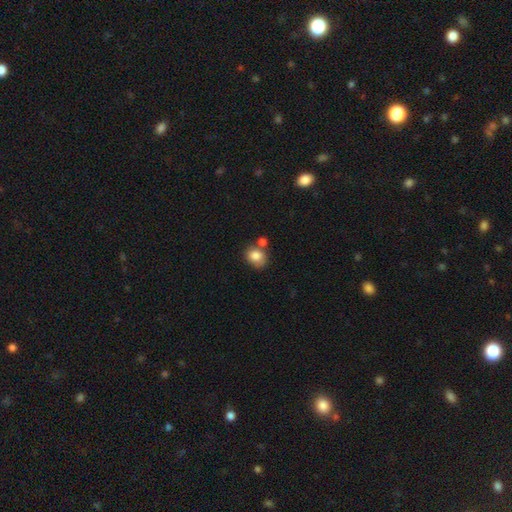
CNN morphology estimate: smooth 84%, star or artifact 8%, featured or disk 8%. Down the decision tree: how rounded — round (63%); merging — none (54%).